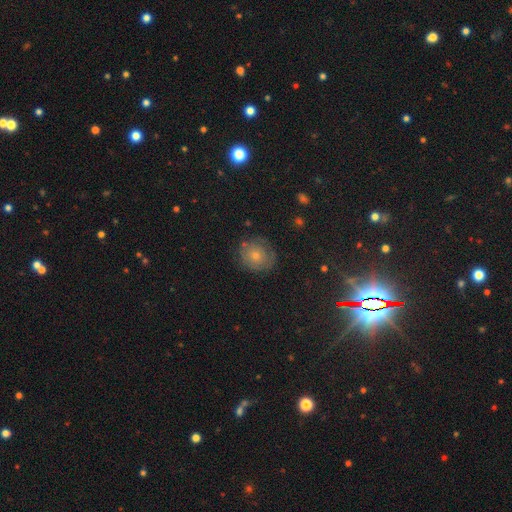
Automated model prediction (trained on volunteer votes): smooth_or_featured: smooth (p=0.59) [alt: featured or disk p=0.31]
how_rounded: round (p=0.82) [alt: in between p=0.17]
merging: none (p=0.74) [alt: minor disturbance p=0.18]